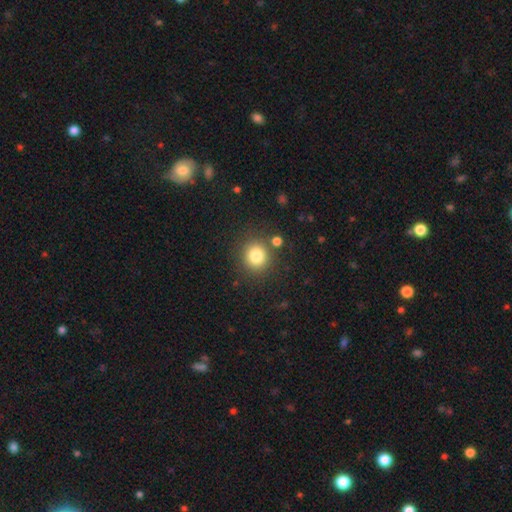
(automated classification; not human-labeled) A smooth galaxy with no disk features (81%) that is round (89%). Merging: none (83%).